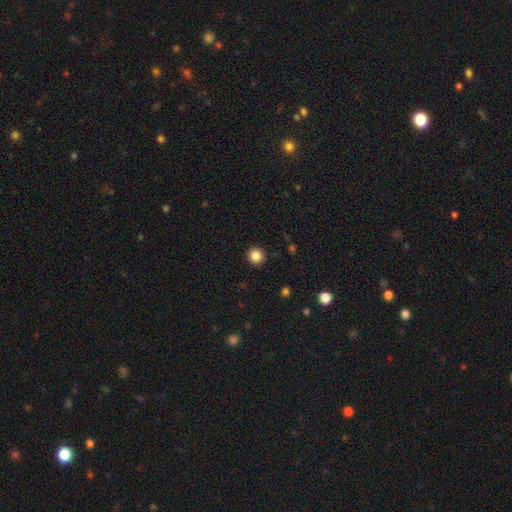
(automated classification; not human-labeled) Smooth or featured: smooth — 85% (star or artifact — 11%)
How rounded: round — 93% (in between — 6%)
Merging: none — 92% (minor disturbance — 5%)